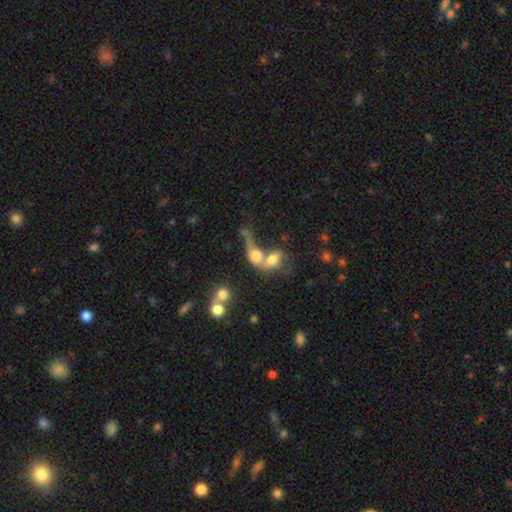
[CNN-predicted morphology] Smooth or featured?
  - smooth: 55% *
  - featured or disk: 32%
  - star or artifact: 13%
How rounded?
  - in between: 63% *
  - round: 26%
  - cigar-shaped: 11%
Merging?
  - merger: 70% *
  - major disturbance: 12%
  - none: 12%
  - minor disturbance: 6%